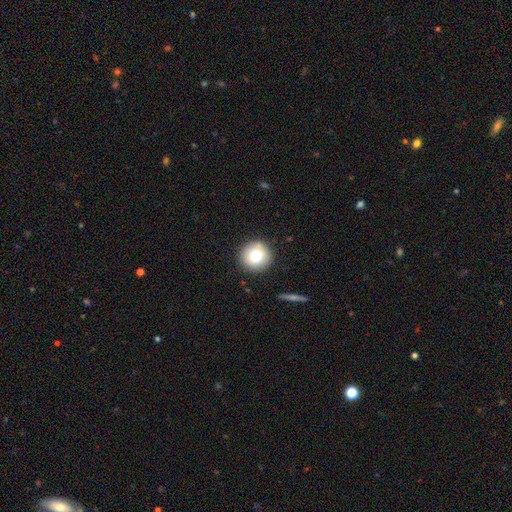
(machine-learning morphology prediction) Smooth or featured? Predicted: smooth (p=0.78). How rounded? Predicted: round (p=0.95). Merging? Predicted: none (p=0.90).